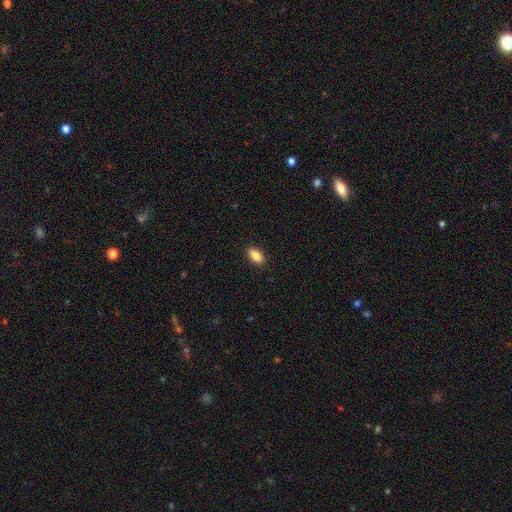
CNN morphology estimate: Smooth or featured: smooth — 87% (star or artifact — 7%)
How rounded: in between — 91% (cigar-shaped — 5%)
Merging: none — 90% (minor disturbance — 8%)